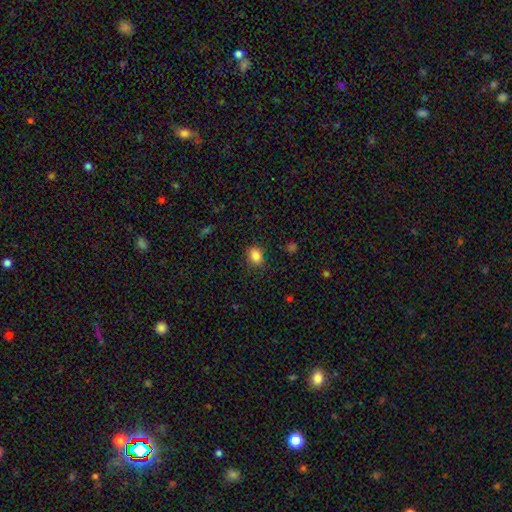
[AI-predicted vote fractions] smooth 85%, star or artifact 10%, featured or disk 4%. Down the decision tree: how rounded — in between (53%); merging — none (84%).